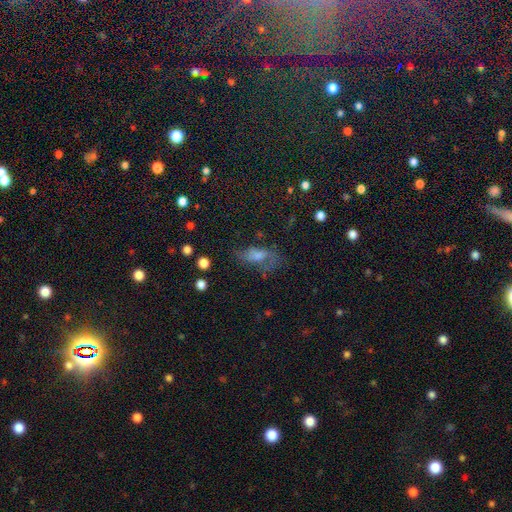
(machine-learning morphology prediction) A smooth galaxy with no disk features (45%). Merging: none (46%).